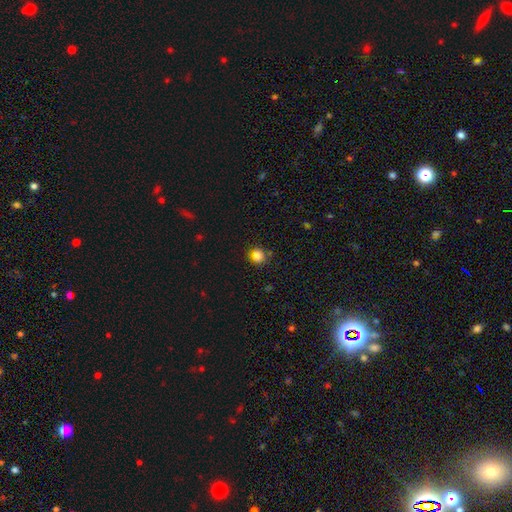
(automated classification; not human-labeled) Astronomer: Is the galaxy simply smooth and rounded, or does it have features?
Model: smooth — 81%.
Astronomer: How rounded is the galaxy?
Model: round — 80%.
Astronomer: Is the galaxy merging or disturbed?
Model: none — 84%.